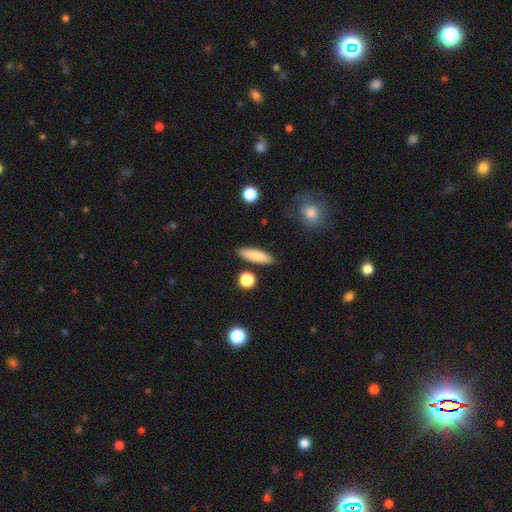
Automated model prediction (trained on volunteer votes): Morphology: type=smooth (82%); roundness=cigar-shaped (60%); merging=none (86%).